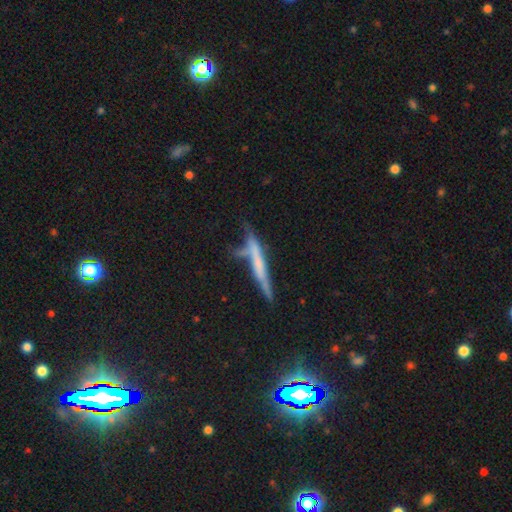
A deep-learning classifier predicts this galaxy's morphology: Smooth or featured? Predicted: featured or disk (p=0.49). Merging? Predicted: none (p=0.57).